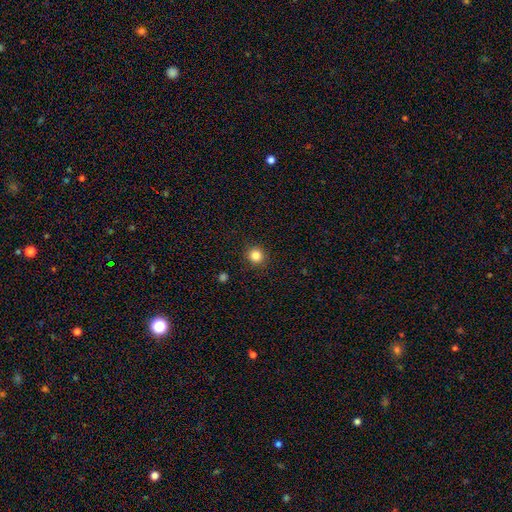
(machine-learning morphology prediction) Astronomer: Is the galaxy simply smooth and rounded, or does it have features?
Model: smooth — 84%.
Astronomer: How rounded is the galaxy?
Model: round — 93%.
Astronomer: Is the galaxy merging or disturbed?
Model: none — 91%.